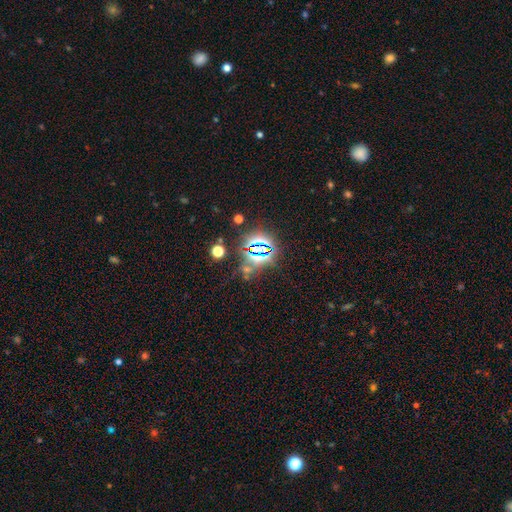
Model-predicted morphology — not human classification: smooth-or-featured: star or artifact: 78% | smooth: 13% | featured or disk: 8%